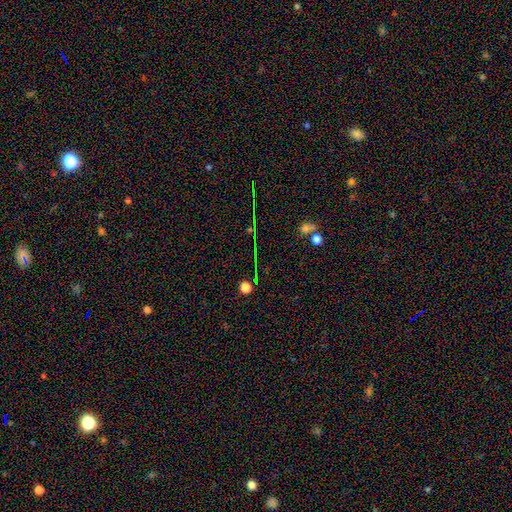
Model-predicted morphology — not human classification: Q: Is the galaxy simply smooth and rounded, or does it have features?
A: star or artifact — 69%.